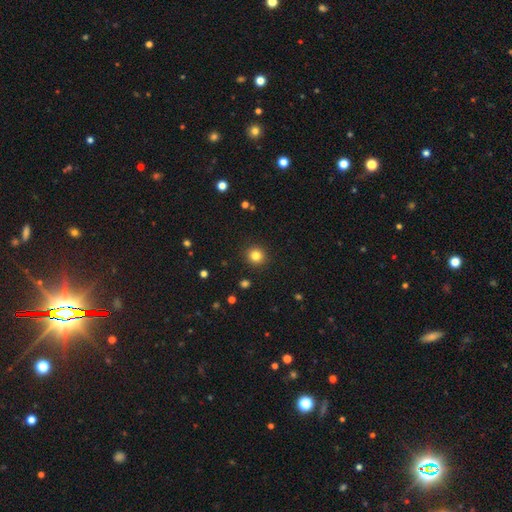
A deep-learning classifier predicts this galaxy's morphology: Smooth or featured: smooth — 82% (star or artifact — 12%)
How rounded: round — 93% (in between — 6%)
Merging: none — 92% (minor disturbance — 5%)